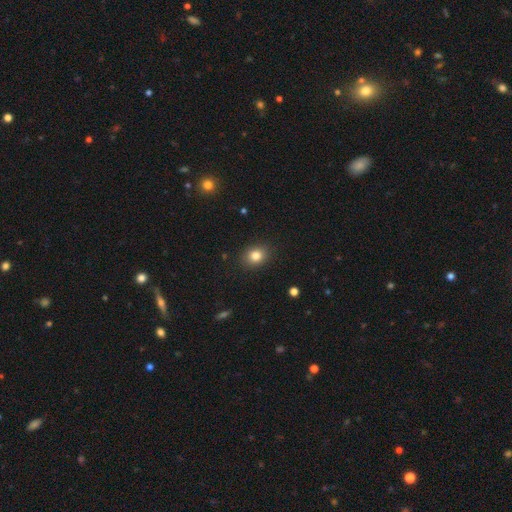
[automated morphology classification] This appears to be a smooth galaxy with no disk features (83%) that is round (51%). Merging: none (88%).